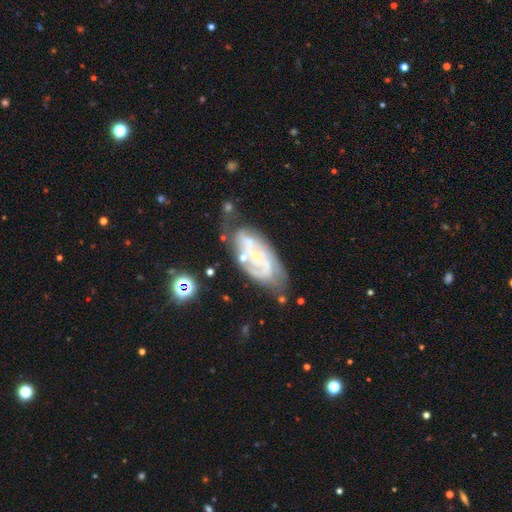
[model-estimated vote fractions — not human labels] Smooth or featured: featured or disk — 80% (smooth — 13%)
Edge-on disk: no — 94% (yes — 6%)
Bar: no — 59% (weak — 30%)
Spiral arms: yes — 91% (no — 9%)
Spiral winding: tight — 51% (medium — 37%)
Spiral arm count: 2 — 47% (can't tell — 29%)
Bulge size: small — 73% (moderate — 16%)
Merging: none — 56% (minor disturbance — 25%)